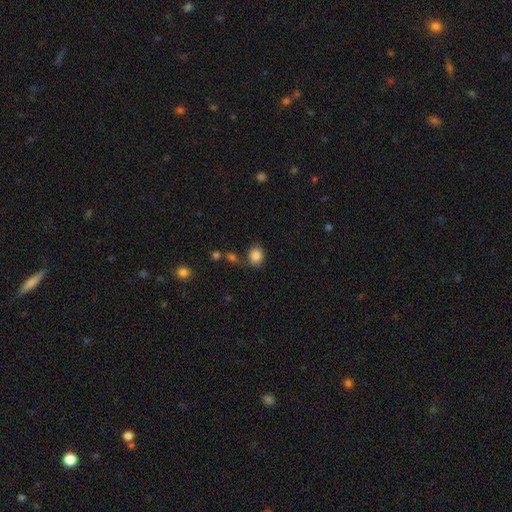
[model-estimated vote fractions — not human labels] Q: Smooth or featured?
A: smooth (85%); runner-up: star or artifact (10%)
Q: How rounded?
A: round (54%); runner-up: in between (45%)
Q: Merging?
A: none (77%); runner-up: minor disturbance (13%)